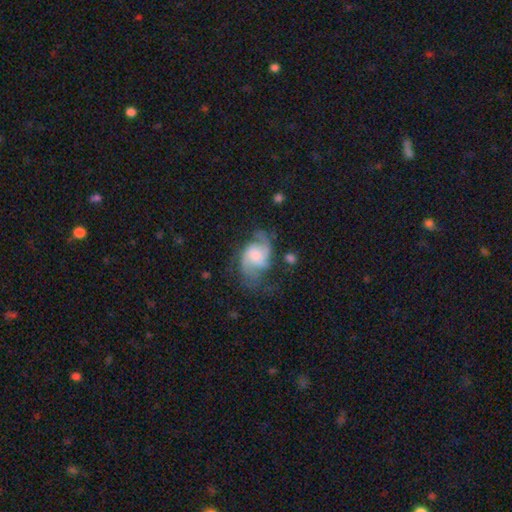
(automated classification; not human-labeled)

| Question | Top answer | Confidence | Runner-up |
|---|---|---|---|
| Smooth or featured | featured or disk | 73% | smooth (20%) |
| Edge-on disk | no | 97% | yes (3%) |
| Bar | no | 54% | weak (39%) |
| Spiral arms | yes | 92% | no (8%) |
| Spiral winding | medium | 48% | loose (34%) |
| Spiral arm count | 2 | 75% | can't tell (9%) |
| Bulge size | moderate | 35% | small (23%) |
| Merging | none | 48% | major disturbance (24%) |